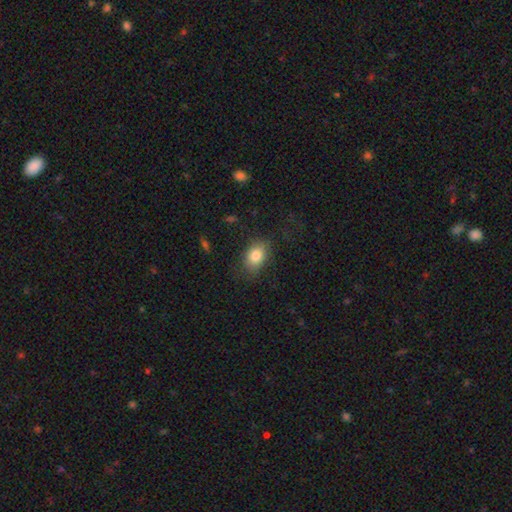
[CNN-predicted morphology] smooth_or_featured: smooth (p=0.81) [alt: featured or disk p=0.10]
how_rounded: in between (p=0.77) [alt: round p=0.21]
merging: none (p=0.73) [alt: minor disturbance p=0.18]